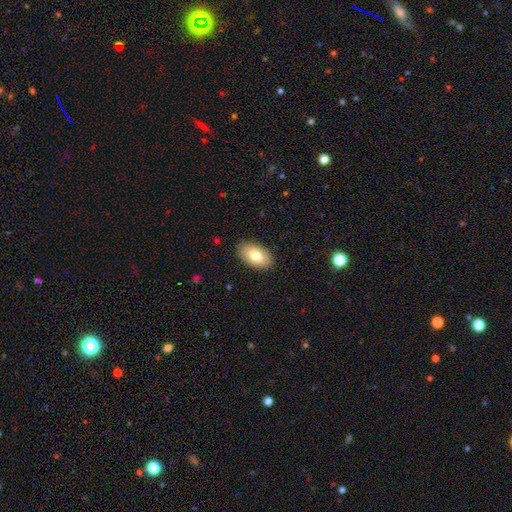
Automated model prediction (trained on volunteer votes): smooth-or-featured: smooth: 78% | featured or disk: 15% | star or artifact: 7%
  how-rounded: in between: 94% | round: 5% | cigar-shaped: 2%
  merging: none: 88% | minor disturbance: 9% | major disturbance: 2% | merger: 1%